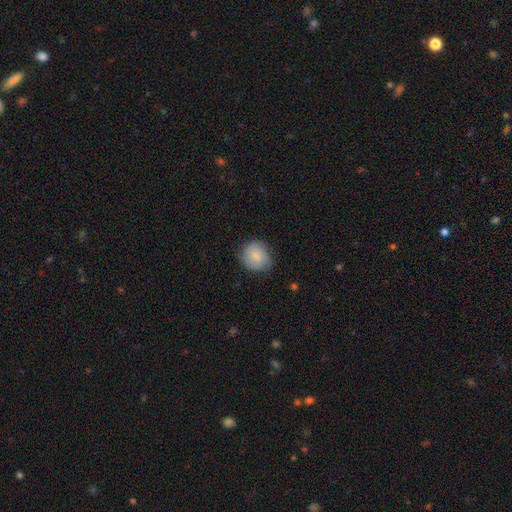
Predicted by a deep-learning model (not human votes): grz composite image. It shows a smooth galaxy with no disk features (76%) that is round (76%). Merging: none (70%).